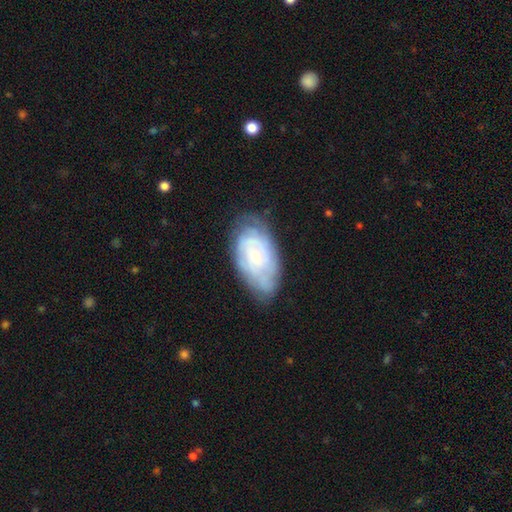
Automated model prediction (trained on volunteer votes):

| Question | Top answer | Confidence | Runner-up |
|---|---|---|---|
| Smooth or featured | featured or disk | 69% | smooth (25%) |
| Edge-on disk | no | 94% | yes (6%) |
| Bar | no | 75% | weak (21%) |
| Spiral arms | yes | 81% | no (19%) |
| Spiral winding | tight | 70% | medium (23%) |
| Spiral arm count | can't tell | 60% | 2 (16%) |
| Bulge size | small | 62% | moderate (33%) |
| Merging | none | 65% | minor disturbance (25%) |